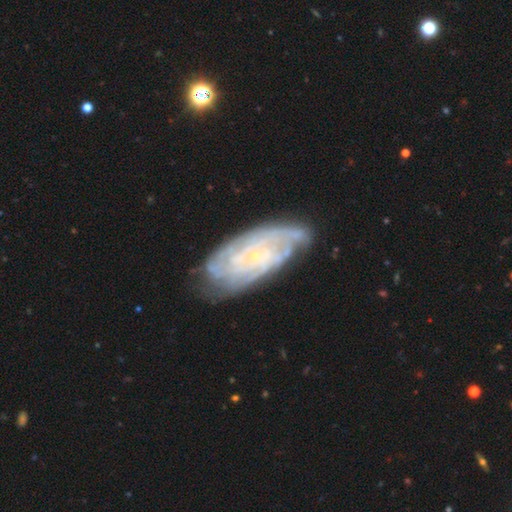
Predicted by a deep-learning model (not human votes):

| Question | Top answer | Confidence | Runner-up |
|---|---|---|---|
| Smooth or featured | featured or disk | 80% | smooth (13%) |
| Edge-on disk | no | 93% | yes (7%) |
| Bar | no | 69% | weak (24%) |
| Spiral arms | yes | 92% | no (8%) |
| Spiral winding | tight | 72% | medium (22%) |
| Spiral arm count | can't tell | 46% | 4 (15%) |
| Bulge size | small | 83% | moderate (8%) |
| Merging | none | 70% | minor disturbance (21%) |